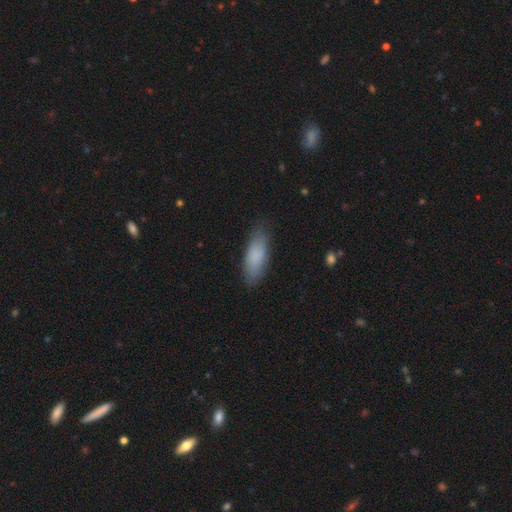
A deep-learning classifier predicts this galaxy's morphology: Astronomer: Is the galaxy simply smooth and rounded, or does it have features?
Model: smooth — 84%.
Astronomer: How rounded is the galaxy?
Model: in between — 66%.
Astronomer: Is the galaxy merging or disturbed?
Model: none — 80%.